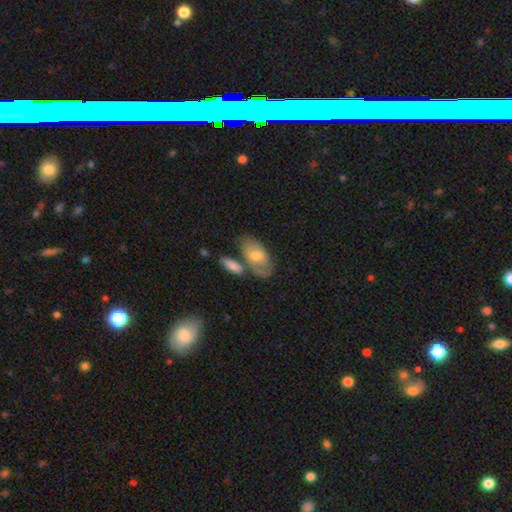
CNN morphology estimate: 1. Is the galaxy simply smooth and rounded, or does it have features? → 63% smooth, 31% featured or disk, 6% star or artifact.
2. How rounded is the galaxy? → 91% in between, 5% cigar-shaped, 4% round.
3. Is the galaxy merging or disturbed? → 52% none, 25% merger, 16% minor disturbance, 6% major disturbance.